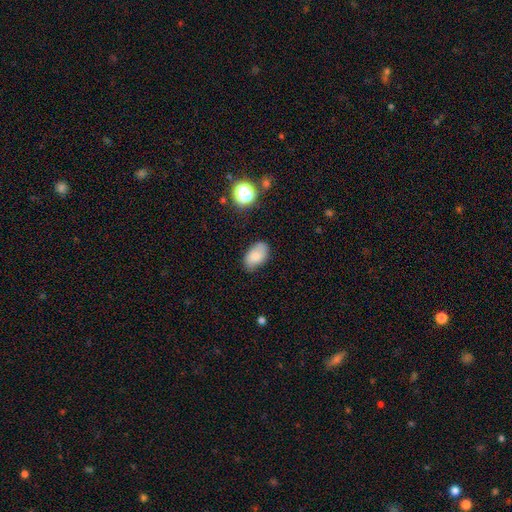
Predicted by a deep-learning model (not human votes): Morphology: type=smooth (81%); roundness=in between (92%); merging=none (76%).